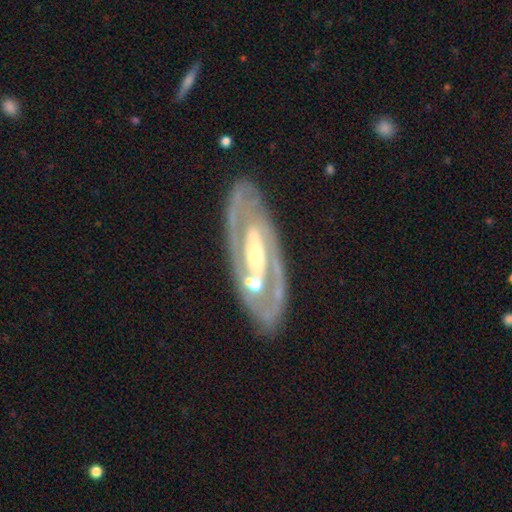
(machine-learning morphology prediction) Q: Smooth or featured?
A: featured or disk (86%); runner-up: smooth (9%)
Q: Edge-on disk?
A: no (90%); runner-up: yes (10%)
Q: Bar?
A: strong (37%); tied with: no (37%)
Q: Spiral arms?
A: yes (80%); runner-up: no (20%)
Q: Spiral winding?
A: tight (51%); runner-up: medium (38%)
Q: Spiral arm count?
A: 2 (80%); runner-up: can't tell (11%)
Q: Bulge size?
A: moderate (59%); runner-up: small (33%)
Q: Merging?
A: none (77%); runner-up: minor disturbance (13%)